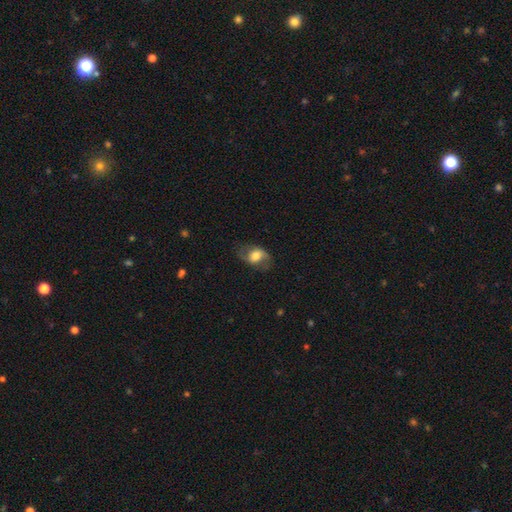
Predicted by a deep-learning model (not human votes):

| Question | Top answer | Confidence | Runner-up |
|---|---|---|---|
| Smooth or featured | featured or disk | 50% | smooth (43%) |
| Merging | none | 70% | minor disturbance (18%) |